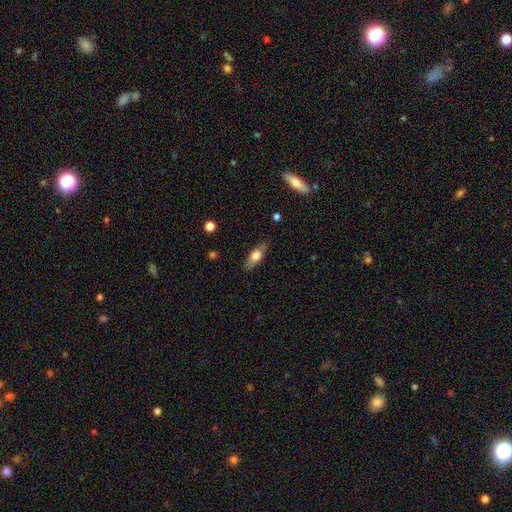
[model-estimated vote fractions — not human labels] Morphology: type=smooth (62%); roundness=in between (64%); merging=none (80%).